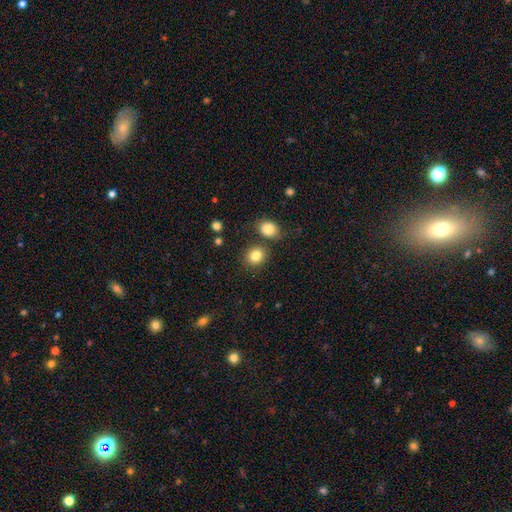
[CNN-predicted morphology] smooth-or-featured: smooth: 83% | star or artifact: 10% | featured or disk: 6%
  how-rounded: round: 73% | in between: 26% | cigar-shaped: 1%
  merging: none: 75% | merger: 12% | minor disturbance: 9% | major disturbance: 3%